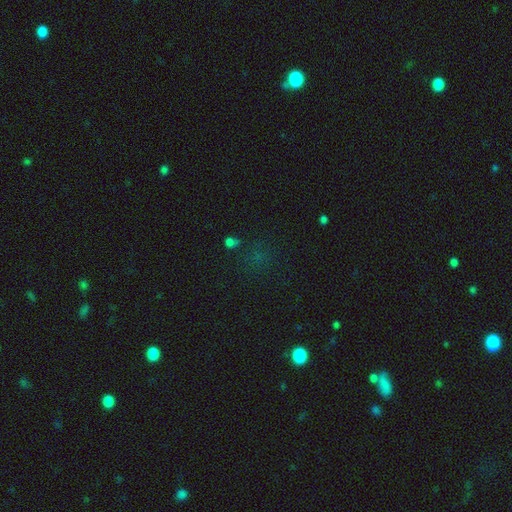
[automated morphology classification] Smooth or featured?
  - star or artifact: 58% *
  - smooth: 32%
  - featured or disk: 10%